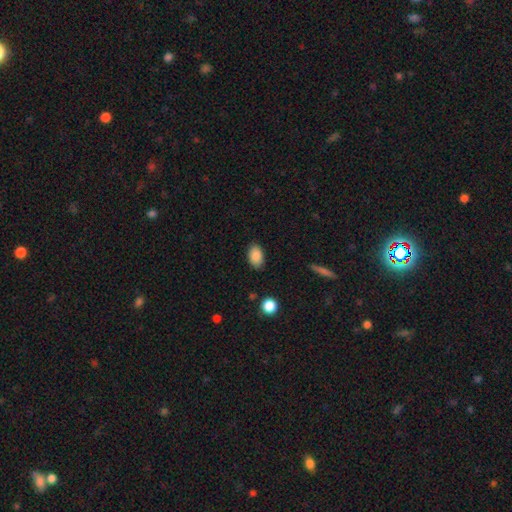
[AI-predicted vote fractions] Overall: smooth (88%). How rounded: in between (89%). Merging: none (86%).